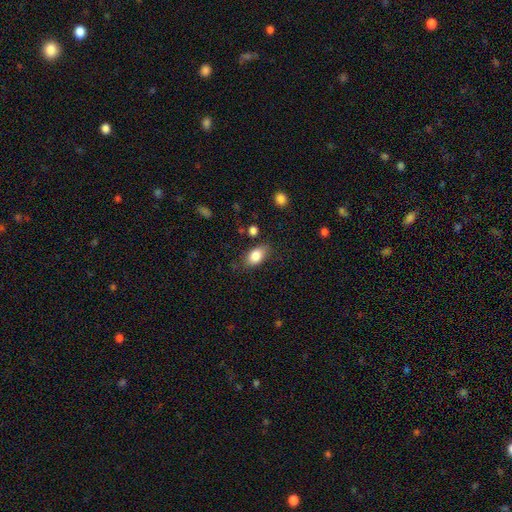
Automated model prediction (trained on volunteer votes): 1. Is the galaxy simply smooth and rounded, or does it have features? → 84% smooth, 8% featured or disk, 8% star or artifact.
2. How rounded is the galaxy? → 89% in between, 8% round, 3% cigar-shaped.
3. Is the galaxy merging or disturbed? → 77% none, 16% minor disturbance, 4% major disturbance, 3% merger.